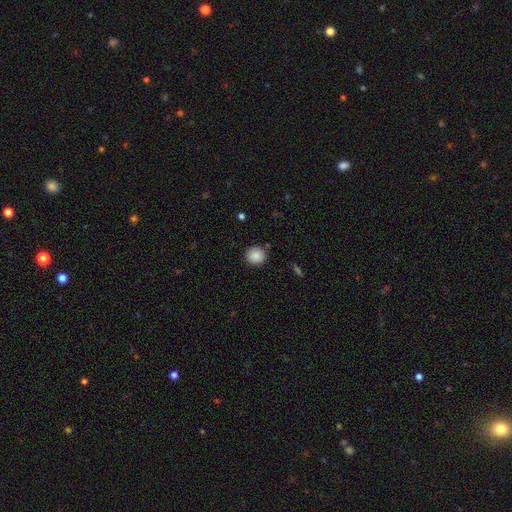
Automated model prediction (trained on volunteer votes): Smooth or featured? Predicted: smooth (p=0.88). How rounded? Predicted: round (p=0.89). Merging? Predicted: none (p=0.89).